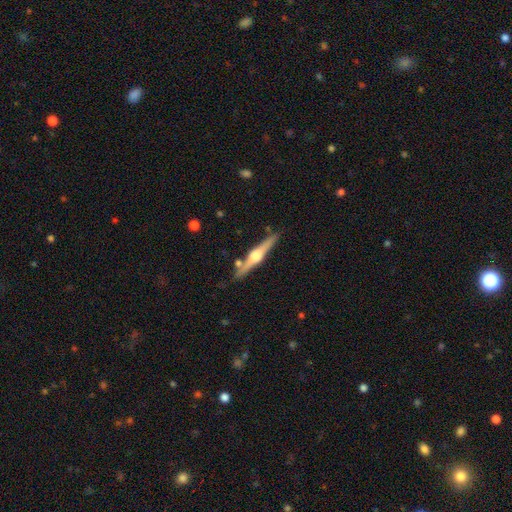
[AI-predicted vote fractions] Morphology: type=featured or disk (76%); edge-on=yes (98%); edge-on bulge=rounded (94%); merging=none (82%).